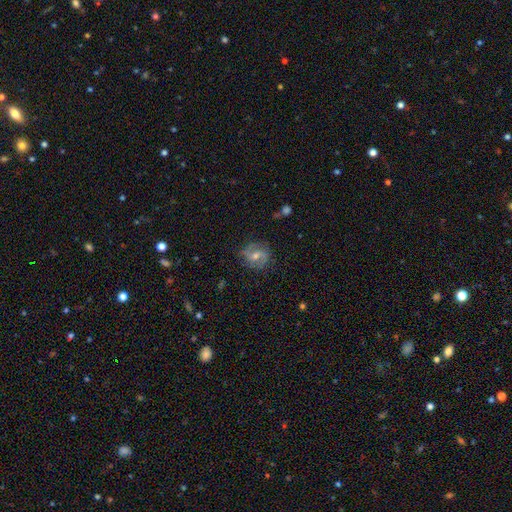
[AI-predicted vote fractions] Smooth or featured: featured or disk — 73% (smooth — 20%)
Edge-on disk: no — 97% (yes — 3%)
Bar: weak — 50% (no — 29%)
Spiral arms: yes — 90% (no — 10%)
Spiral winding: medium — 49% (loose — 27%)
Spiral arm count: 2 — 86% (can't tell — 7%)
Bulge size: moderate — 61% (small — 33%)
Merging: none — 76% (minor disturbance — 16%)